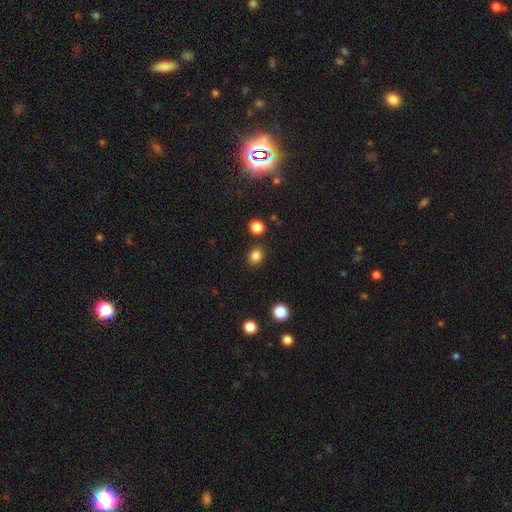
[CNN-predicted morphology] The model was most divided on "how rounded": round: 62%, in between: 37%, cigar-shaped: 1%. More confident: merging — none (86%); smooth or featured — smooth (83%).